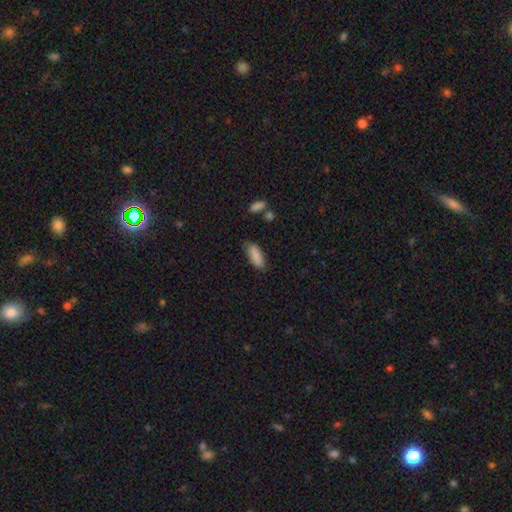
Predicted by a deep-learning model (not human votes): Overall: smooth (87%). How rounded: in between (74%). Merging: none (80%).